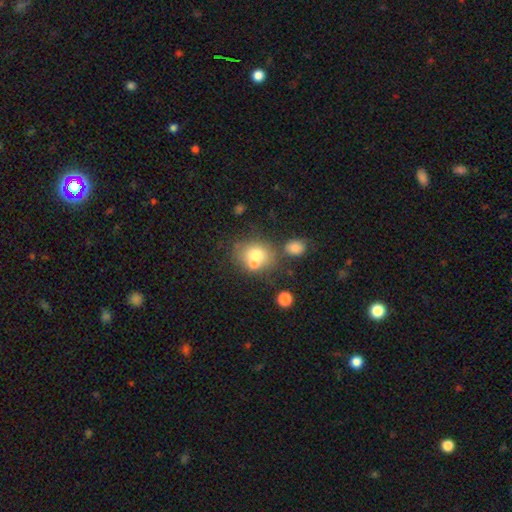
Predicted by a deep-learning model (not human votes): Smooth or featured: smooth — 69% (featured or disk — 20%)
How rounded: round — 63% (in between — 36%)
Merging: none — 44% (merger — 39%)